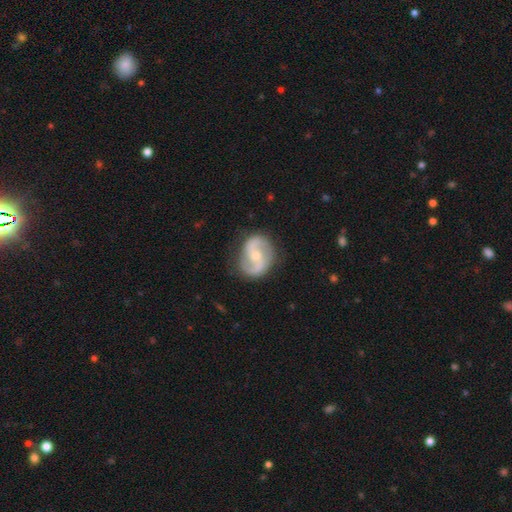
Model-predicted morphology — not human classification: smooth_or_featured: featured or disk (p=0.86) [alt: smooth p=0.09]
disk_edge_on: no (p=0.98) [alt: yes p=0.02]
bar: no (p=0.44) [alt: weak p=0.41]
has_spiral_arms: yes (p=0.96) [alt: no p=0.04]
spiral_winding: medium (p=0.52) [alt: loose p=0.29]
spiral_arm_count: 2 (p=0.92) [alt: can't tell p=0.03]
bulge_size: small (p=0.52) [alt: moderate p=0.44]
merging: none (p=0.81) [alt: minor disturbance p=0.14]